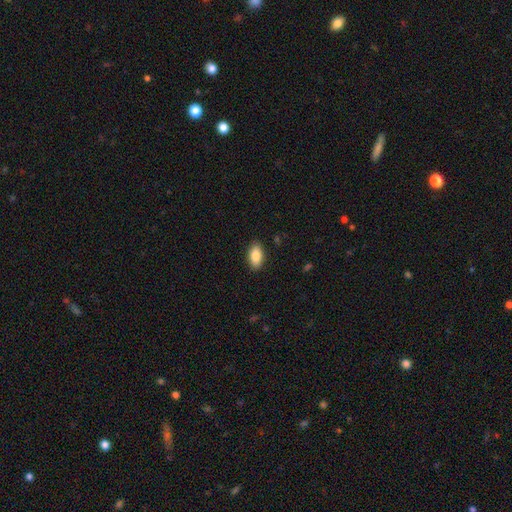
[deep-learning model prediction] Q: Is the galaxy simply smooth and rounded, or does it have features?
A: smooth — 86%.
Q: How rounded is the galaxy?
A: in between — 92%.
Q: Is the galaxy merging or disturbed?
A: none — 89%.